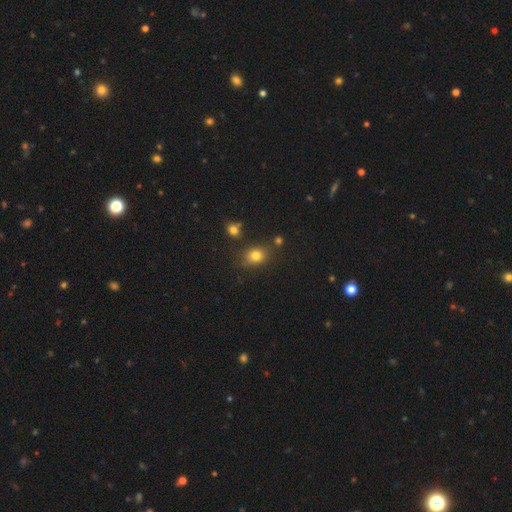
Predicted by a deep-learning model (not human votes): A smooth galaxy with no disk features (78%) that is round (52%). Merging: none (73%).